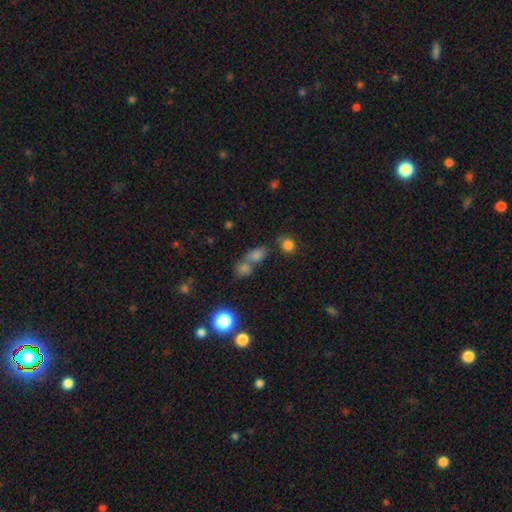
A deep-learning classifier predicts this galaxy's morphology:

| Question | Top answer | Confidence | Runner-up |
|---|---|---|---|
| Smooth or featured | smooth | 68% | star or artifact (22%) |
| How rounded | in between | 54% | round (42%) |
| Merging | merger | 46% | none (40%) |